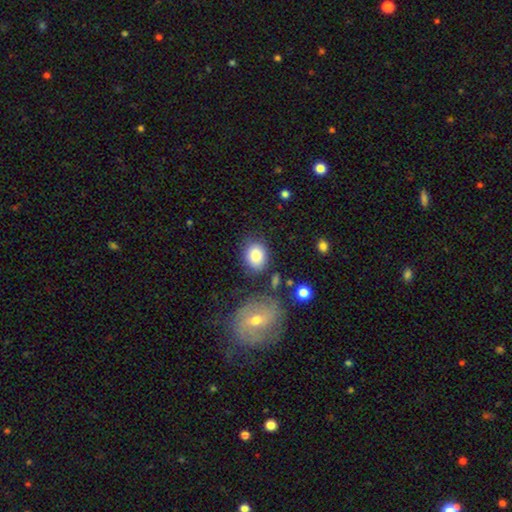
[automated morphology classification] Smooth or featured: smooth — 84% (featured or disk — 8%)
How rounded: in between — 61% (round — 38%)
Merging: none — 72% (minor disturbance — 16%)